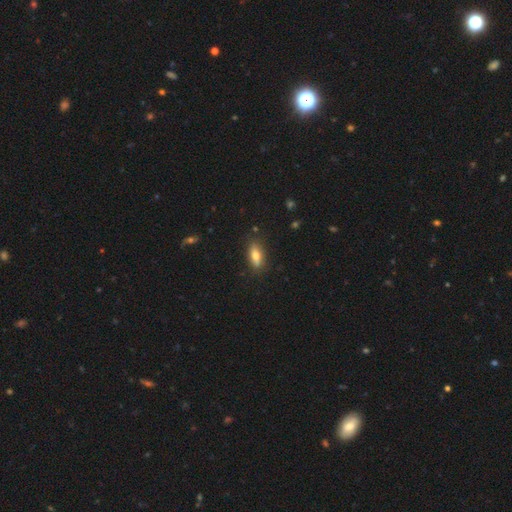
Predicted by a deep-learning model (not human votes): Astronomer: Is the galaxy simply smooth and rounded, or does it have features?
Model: smooth — 73%.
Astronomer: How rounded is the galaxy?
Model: in between — 72%.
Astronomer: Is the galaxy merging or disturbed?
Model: none — 83%.